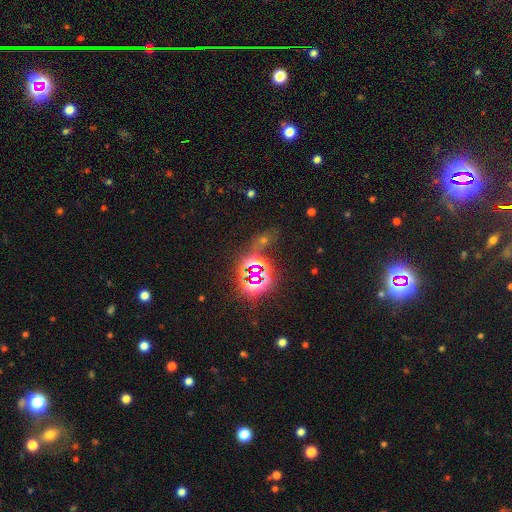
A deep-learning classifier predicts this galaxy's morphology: This is possibly a star or artifact rather than a galaxy (53%).